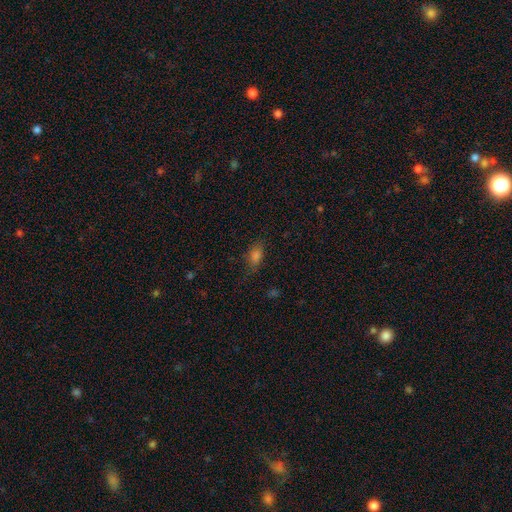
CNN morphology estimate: This appears to be a smooth galaxy with no disk features (74%) that is in between round and cigar-shaped (81%). Merging: none (74%).